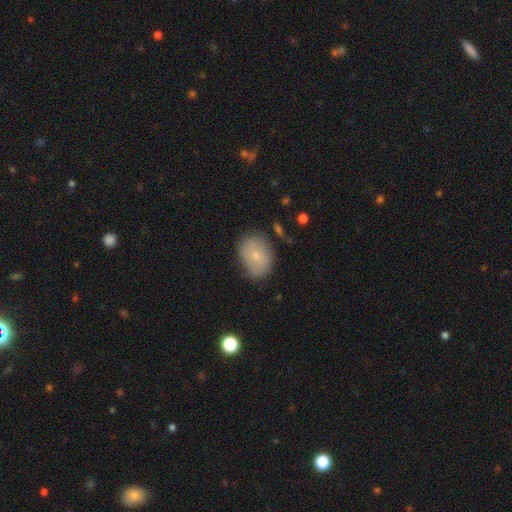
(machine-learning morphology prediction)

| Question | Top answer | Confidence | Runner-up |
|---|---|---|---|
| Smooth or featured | smooth | 72% | featured or disk (20%) |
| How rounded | in between | 66% | round (33%) |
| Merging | none | 67% | minor disturbance (25%) |